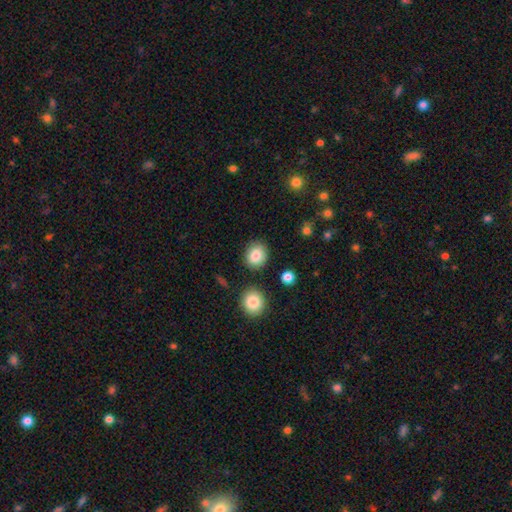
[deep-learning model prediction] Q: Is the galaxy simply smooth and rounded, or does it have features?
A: smooth — 84%.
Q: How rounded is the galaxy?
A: round — 66%.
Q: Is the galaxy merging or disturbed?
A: none — 84%.